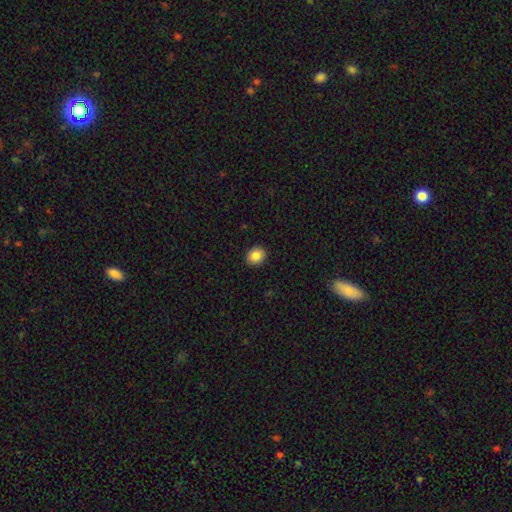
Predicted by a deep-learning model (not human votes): smooth-or-featured: smooth: 86% | star or artifact: 9% | featured or disk: 5%
  how-rounded: round: 71% | in between: 28% | cigar-shaped: 1%
  merging: none: 92% | minor disturbance: 6% | major disturbance: 2% | merger: 1%